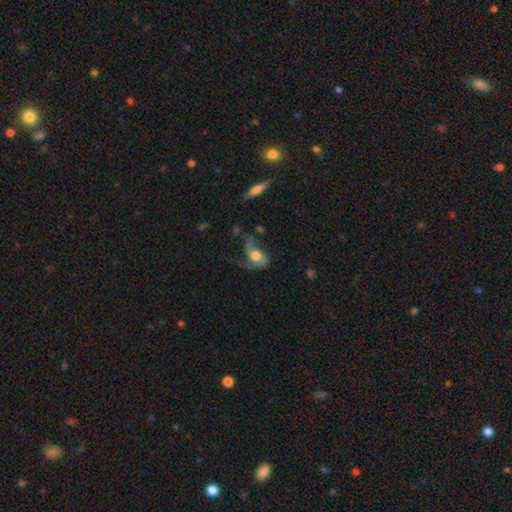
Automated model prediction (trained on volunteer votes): Smooth or featured? Predicted: featured or disk (p=0.71). Edge-on disk? Predicted: no (p=0.95). Bar? Predicted: no (p=0.69). Spiral arms? Predicted: yes (p=0.87). Spiral winding? Predicted: loose (p=0.59). Spiral arm count? Predicted: 2 (p=0.66). Bulge size? Predicted: moderate (p=0.57). Merging? Predicted: major disturbance (p=0.45).